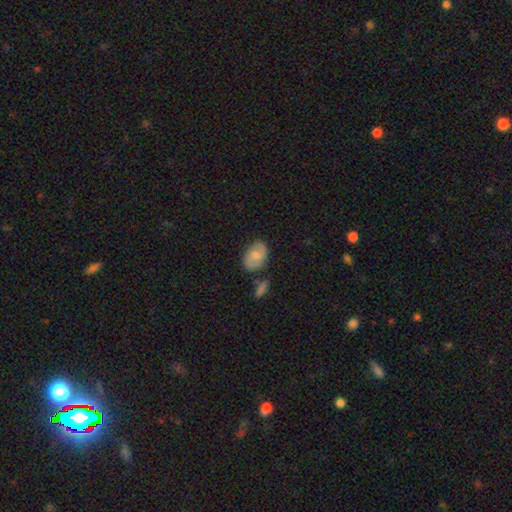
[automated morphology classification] A smooth galaxy with no disk features (61%) that is in between round and cigar-shaped (84%). Merging: none (70%).